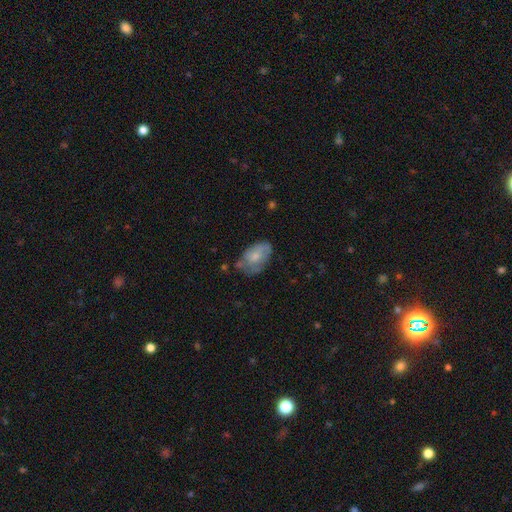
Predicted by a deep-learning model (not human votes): Smooth or featured? smooth (63%)
How rounded? in between (89%)
Merging? none (50%)